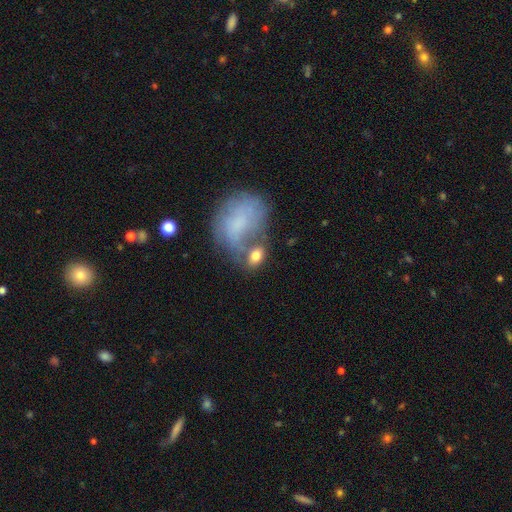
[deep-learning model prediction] smooth 70%, featured or disk 21%, star or artifact 9%. Down the decision tree: how rounded — in between (77%); merging — none (44%).